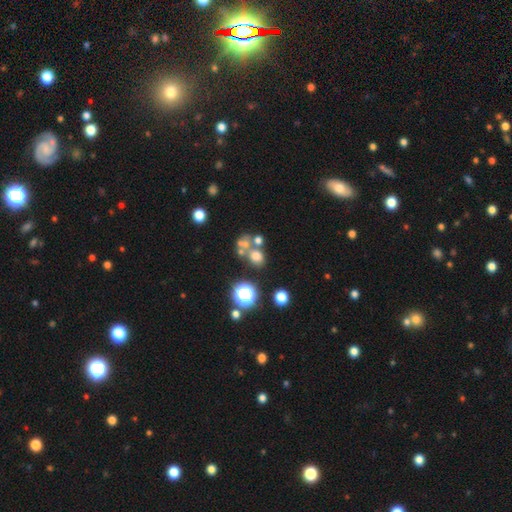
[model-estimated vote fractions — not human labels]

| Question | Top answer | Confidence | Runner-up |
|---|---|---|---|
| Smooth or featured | smooth | 61% | star or artifact (23%) |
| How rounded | round | 72% | in between (26%) |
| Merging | none | 51% | merger (32%) |